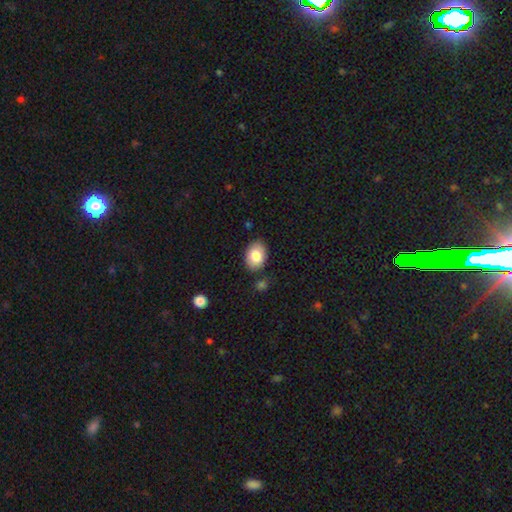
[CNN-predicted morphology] smooth 82%, featured or disk 11%, star or artifact 7%. Down the decision tree: how rounded — in between (81%); merging — none (81%).